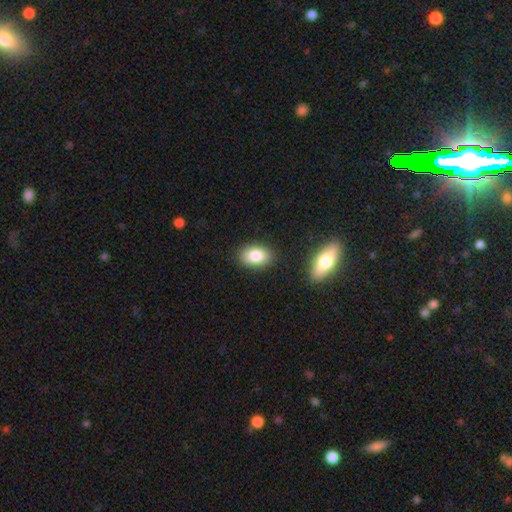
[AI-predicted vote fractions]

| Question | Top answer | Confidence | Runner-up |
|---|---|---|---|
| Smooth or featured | smooth | 83% | featured or disk (9%) |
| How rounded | in between | 87% | round (12%) |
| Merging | none | 86% | minor disturbance (9%) |